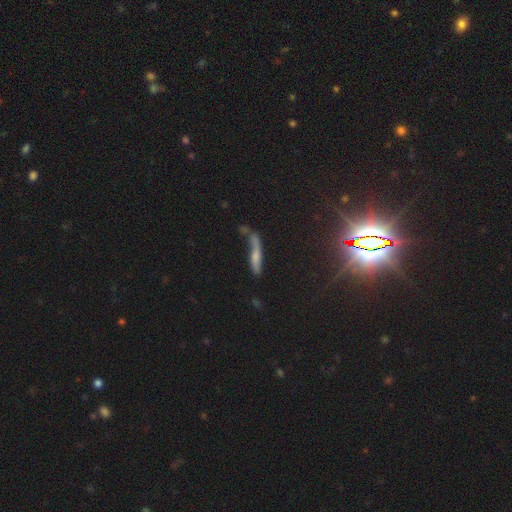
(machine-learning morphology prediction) Q: Smooth or featured?
A: smooth (53%); runner-up: featured or disk (35%)
Q: How rounded?
A: cigar-shaped (80%); runner-up: in between (17%)
Q: Merging?
A: none (39%); runner-up: minor disturbance (23%)